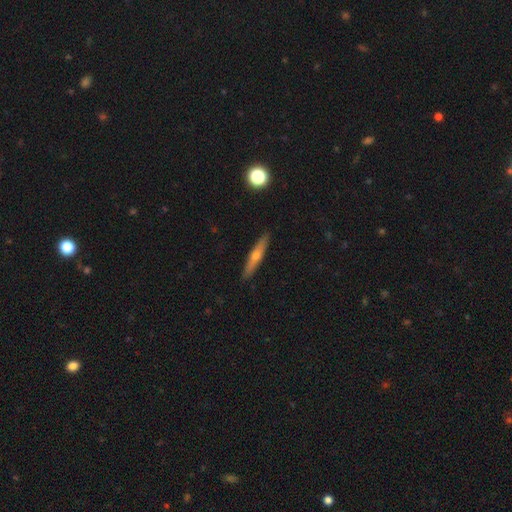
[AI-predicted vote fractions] smooth-or-featured: featured or disk: 58% | smooth: 35% | star or artifact: 7%
  disk-edge-on: yes: 94% | no: 6%
    edge-on-bulge: rounded: 84% | none: 14% | boxy: 2%
  merging: none: 91% | minor disturbance: 6% | major disturbance: 1% | merger: 1%